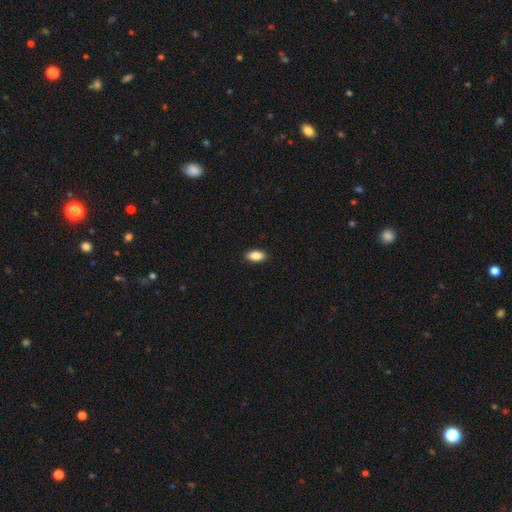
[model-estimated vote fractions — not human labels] The model was most divided on "smooth or featured": smooth: 88%, star or artifact: 7%, featured or disk: 5%. More confident: how rounded — in between (91%); merging — none (90%).